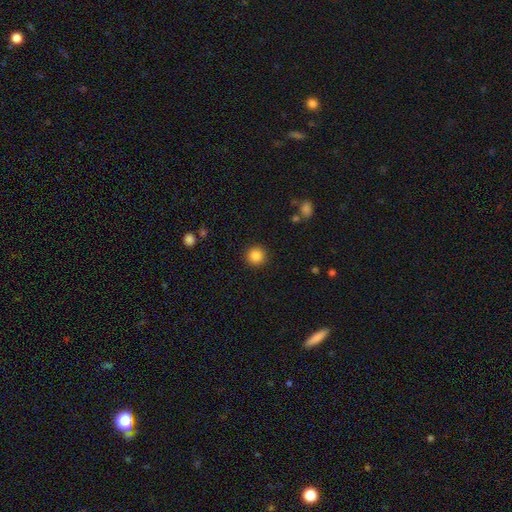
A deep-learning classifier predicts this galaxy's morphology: This appears to be a smooth galaxy with no disk features (86%) that is round (94%). Merging: none (91%).